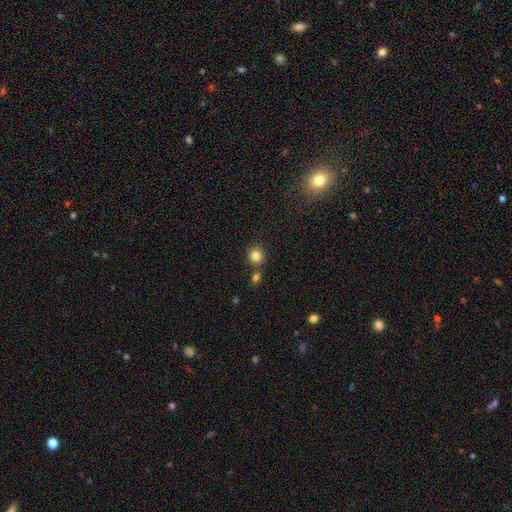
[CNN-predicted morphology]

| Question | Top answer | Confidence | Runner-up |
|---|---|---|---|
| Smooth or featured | smooth | 83% | star or artifact (11%) |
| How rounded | round | 85% | in between (14%) |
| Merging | none | 71% | merger (17%) |